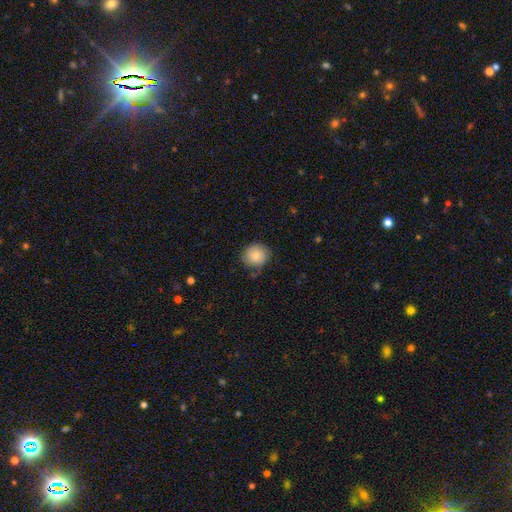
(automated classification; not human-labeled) A smooth galaxy with no disk features (83%) that is round (85%).

Vote fractions:
- Smooth or featured? smooth: 83% / featured or disk: 9% / star or artifact: 8%
- How rounded? round: 85% / in between: 14% / cigar-shaped: 1%
- Merging? none: 75% / minor disturbance: 19% / major disturbance: 4% / merger: 2%